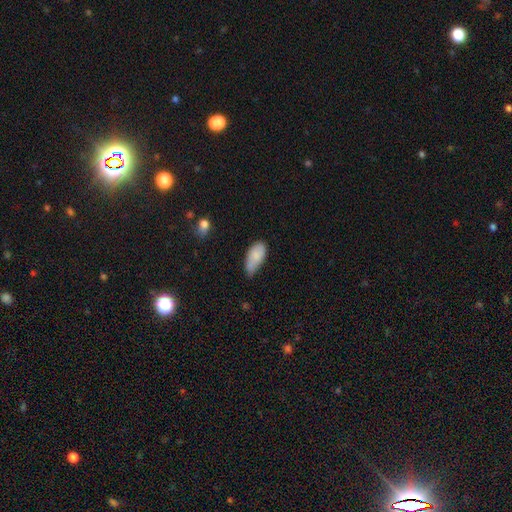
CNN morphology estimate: smooth-or-featured: smooth: 84% | featured or disk: 10% | star or artifact: 7%
  how-rounded: in between: 91% | cigar-shaped: 7% | round: 2%
  merging: minor disturbance: 48% | none: 37% | major disturbance: 11% | merger: 4%